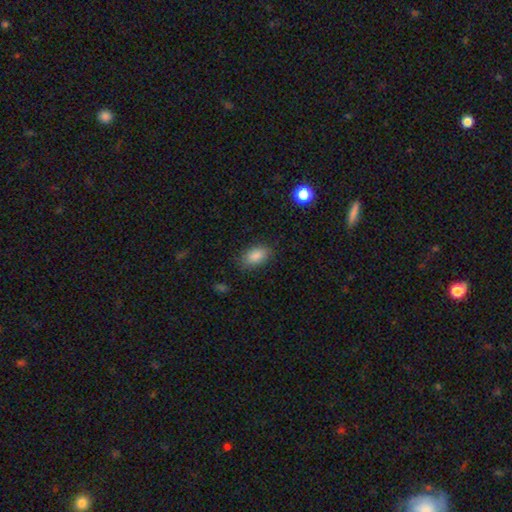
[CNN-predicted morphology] Overall: smooth (87%). How rounded: in between (91%). Merging: none (83%).